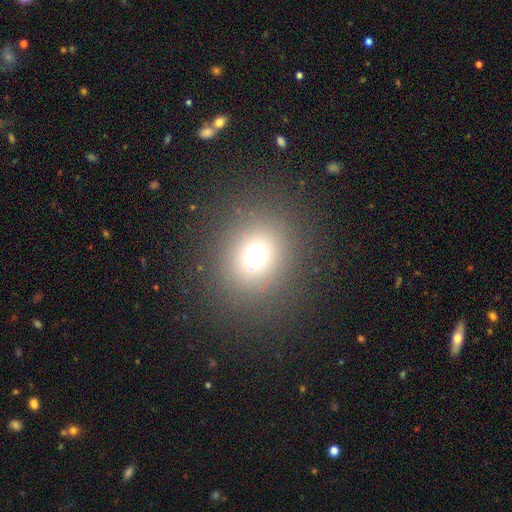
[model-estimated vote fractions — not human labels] This appears to be a smooth galaxy with no disk features (67%) that is round (77%). Merging: none (84%).